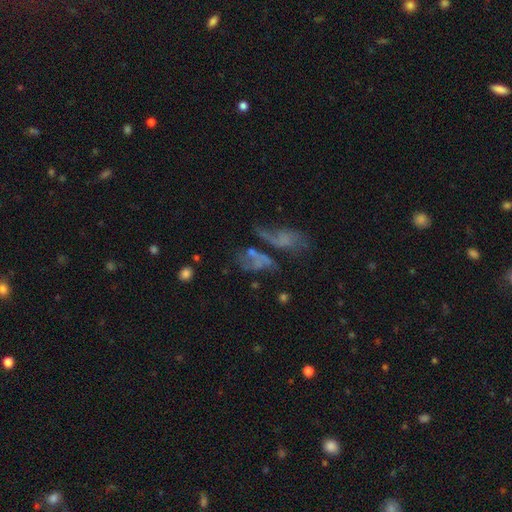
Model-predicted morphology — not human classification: Smooth or featured? featured or disk (42%)
Merging? merger (30%)